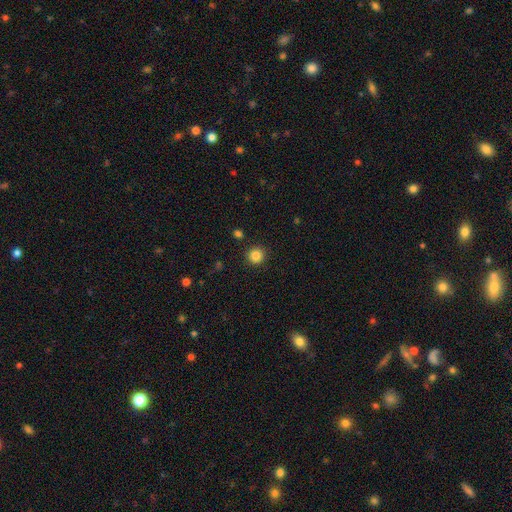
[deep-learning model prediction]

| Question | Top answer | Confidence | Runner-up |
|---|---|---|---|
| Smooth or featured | smooth | 85% | star or artifact (11%) |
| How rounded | round | 94% | in between (5%) |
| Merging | none | 91% | minor disturbance (6%) |